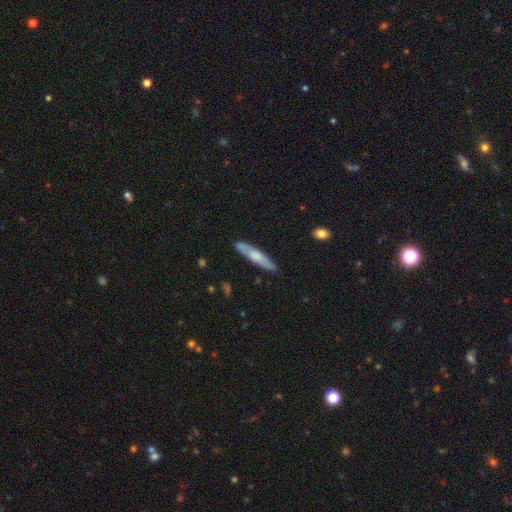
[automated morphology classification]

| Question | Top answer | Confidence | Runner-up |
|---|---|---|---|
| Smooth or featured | smooth | 59% | featured or disk (36%) |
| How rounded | cigar-shaped | 86% | in between (12%) |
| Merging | none | 87% | minor disturbance (10%) |